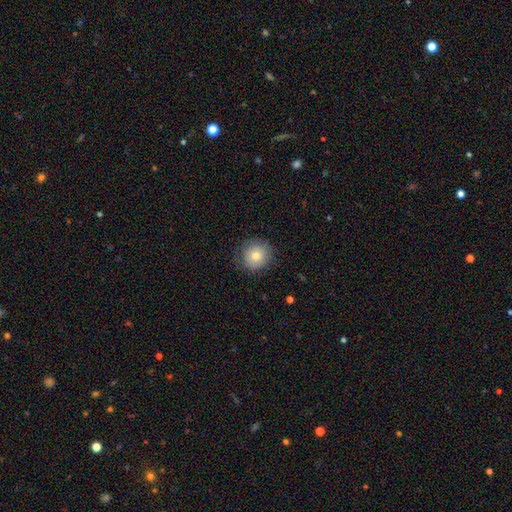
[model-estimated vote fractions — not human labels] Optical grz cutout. It shows a smooth galaxy with no disk features (69%) that is round (92%). Merging: none (77%).